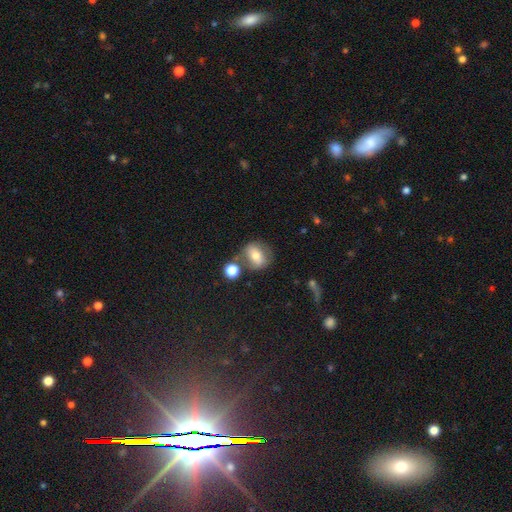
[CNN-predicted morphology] This appears to be a smooth galaxy with no disk features (58%) that is round (56%). Merging: none (56%).